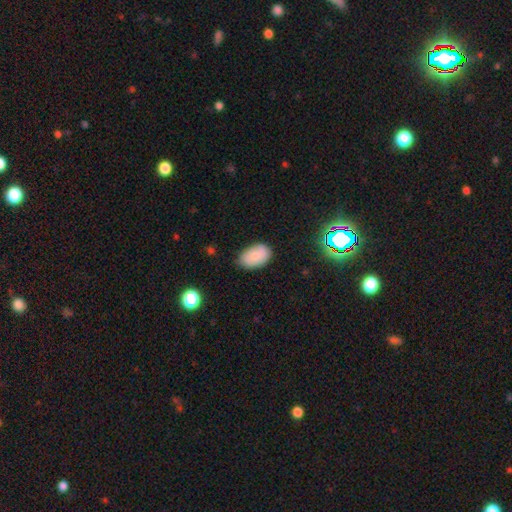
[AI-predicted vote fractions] A smooth galaxy with no disk features (78%) that is in between round and cigar-shaped (92%).

Vote fractions:
- Smooth or featured? smooth: 78% / featured or disk: 14% / star or artifact: 9%
- How rounded? in between: 92% / round: 7% / cigar-shaped: 1%
- Merging? none: 74% / minor disturbance: 21% / major disturbance: 4% / merger: 2%